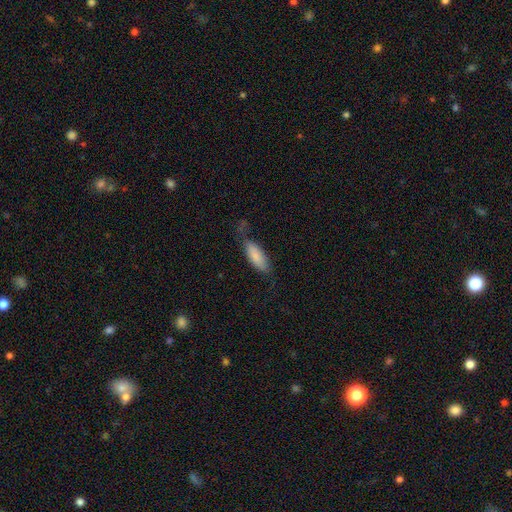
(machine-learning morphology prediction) Smooth or featured: smooth — 82% (featured or disk — 12%)
How rounded: in between — 72% (cigar-shaped — 27%)
Merging: none — 60% (minor disturbance — 27%)